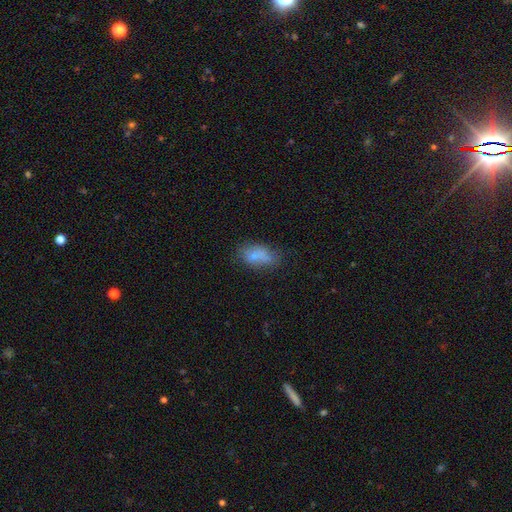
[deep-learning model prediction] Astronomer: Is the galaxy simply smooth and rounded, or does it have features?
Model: smooth — 70%.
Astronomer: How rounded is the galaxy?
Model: in between — 86%.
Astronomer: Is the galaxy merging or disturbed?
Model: none — 51% (runner-up: minor disturbance, 29%).